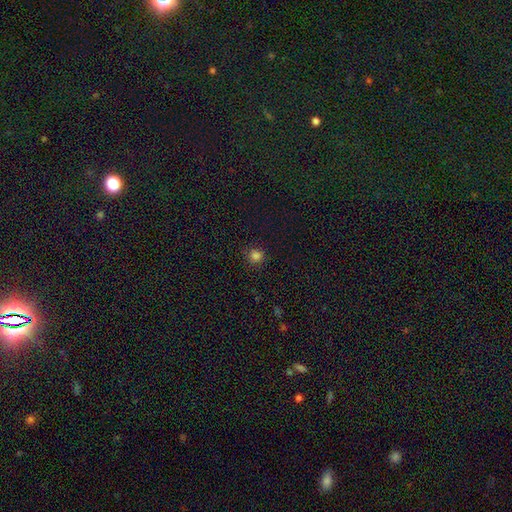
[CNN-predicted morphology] Overall: smooth (81%). How rounded: round (91%). Merging: none (87%).